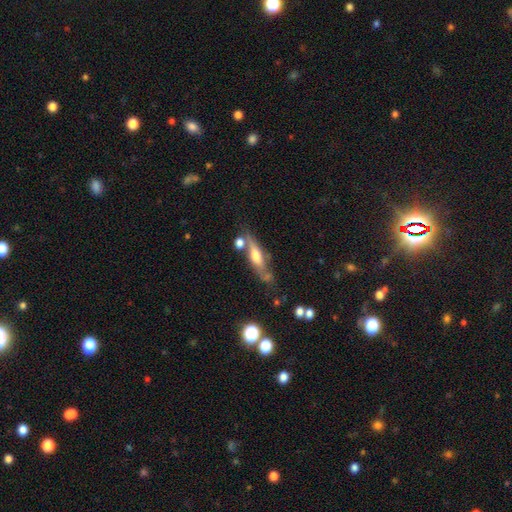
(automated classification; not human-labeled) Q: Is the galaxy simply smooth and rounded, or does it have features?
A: featured or disk — 55%.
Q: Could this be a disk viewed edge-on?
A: yes — 75%.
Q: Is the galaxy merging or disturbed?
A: none — 55%.